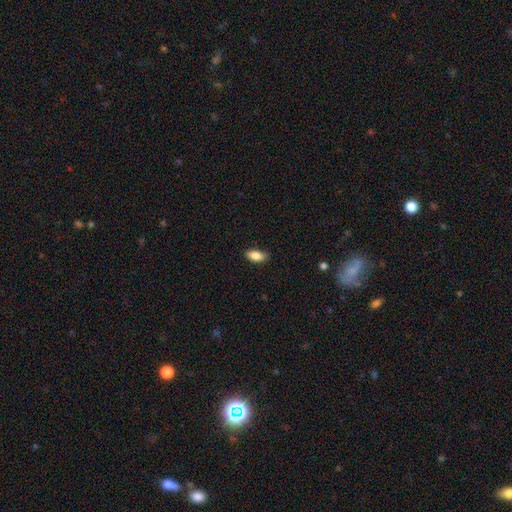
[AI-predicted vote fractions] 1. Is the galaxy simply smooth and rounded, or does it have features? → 86% smooth, 7% featured or disk, 7% star or artifact.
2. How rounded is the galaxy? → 88% in between, 9% cigar-shaped, 3% round.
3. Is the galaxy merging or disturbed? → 81% none, 15% minor disturbance, 3% major disturbance, 1% merger.